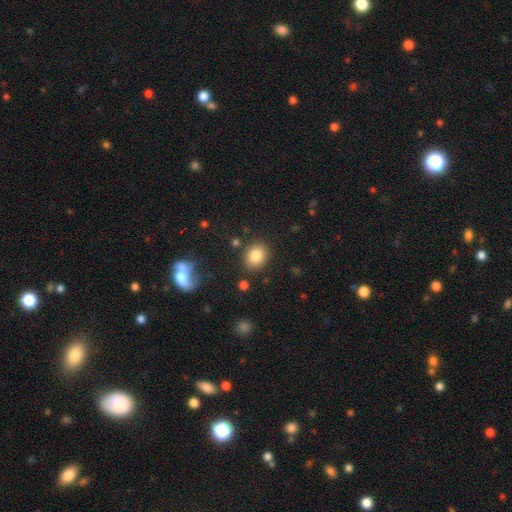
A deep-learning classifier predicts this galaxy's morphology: type=smooth (84%); roundness=round (65%); merging=none (85%).